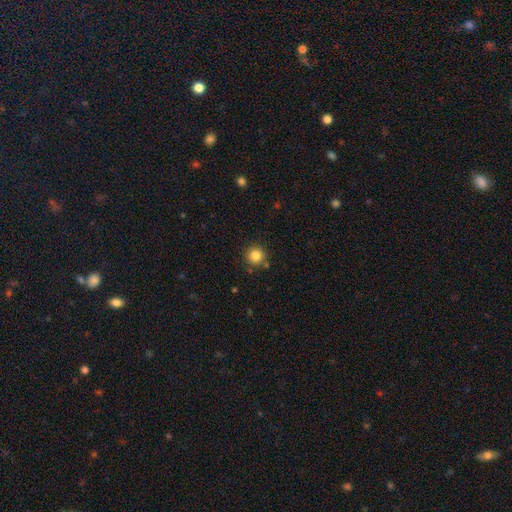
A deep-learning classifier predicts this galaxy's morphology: Smooth or featured? smooth (84%)
How rounded? round (94%)
Merging? none (86%)